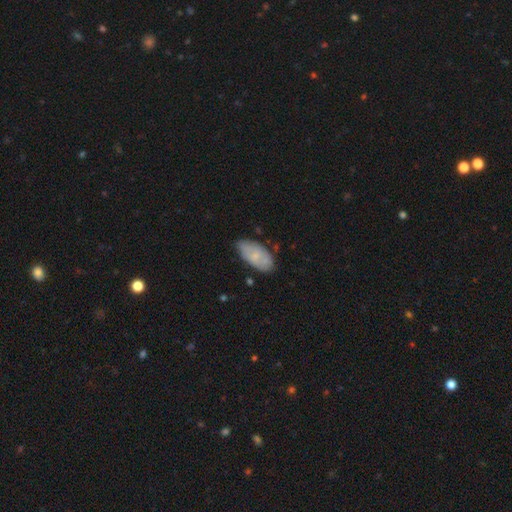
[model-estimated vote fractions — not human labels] Smooth or featured? smooth (66%)
How rounded? in between (93%)
Merging? none (67%)